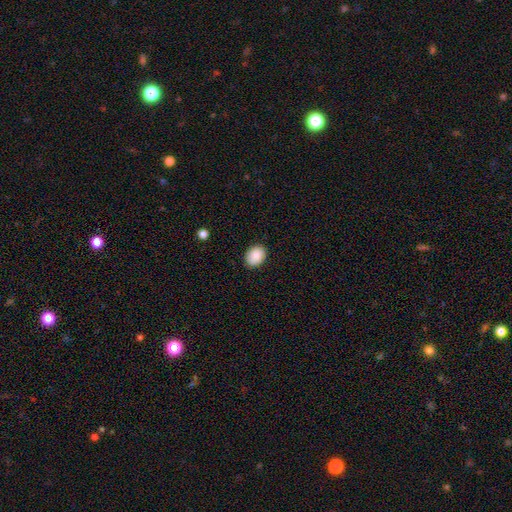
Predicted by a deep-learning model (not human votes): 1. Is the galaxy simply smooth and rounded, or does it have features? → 89% smooth, 7% star or artifact, 4% featured or disk.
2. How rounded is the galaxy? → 67% in between, 32% round, 1% cigar-shaped.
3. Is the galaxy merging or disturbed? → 87% none, 10% minor disturbance, 2% major disturbance, 1% merger.